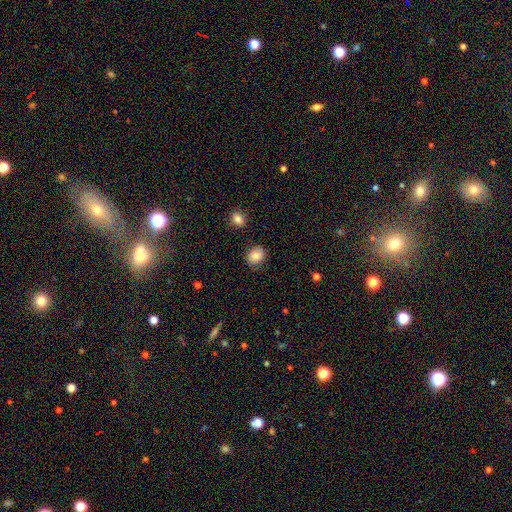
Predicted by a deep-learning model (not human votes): smooth 84%, star or artifact 9%, featured or disk 7%. Down the decision tree: how rounded — round (61%); merging — none (82%).